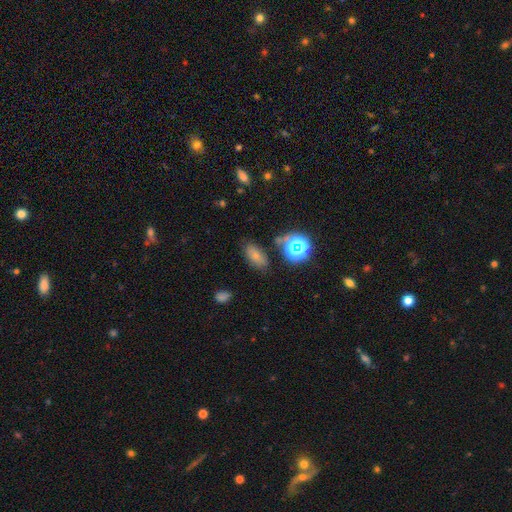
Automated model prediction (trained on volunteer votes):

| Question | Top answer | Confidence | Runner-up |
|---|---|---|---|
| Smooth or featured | smooth | 66% | star or artifact (20%) |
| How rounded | in between | 86% | round (10%) |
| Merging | none | 75% | minor disturbance (15%) |